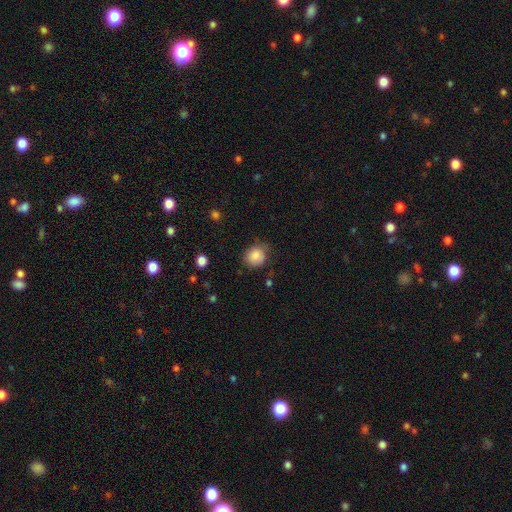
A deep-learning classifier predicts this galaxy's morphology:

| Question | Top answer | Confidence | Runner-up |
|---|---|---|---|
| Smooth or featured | smooth | 85% | star or artifact (9%) |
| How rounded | round | 75% | in between (24%) |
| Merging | none | 68% | minor disturbance (24%) |